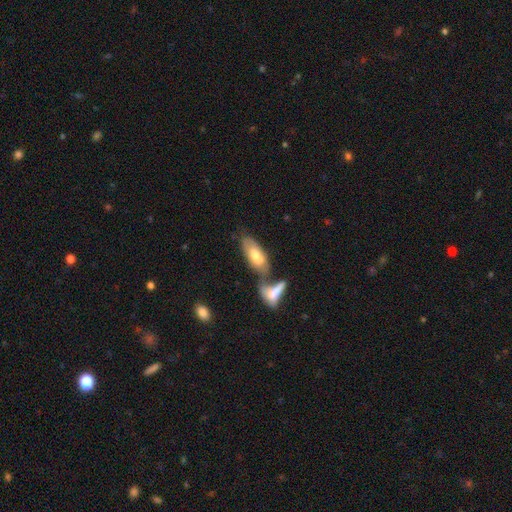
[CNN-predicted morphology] A smooth galaxy with no disk features (58%) that is in between round and cigar-shaped (80%).

Vote fractions:
- Smooth or featured? smooth: 58% / featured or disk: 35% / star or artifact: 7%
- How rounded? in between: 80% / cigar-shaped: 18% / round: 2%
- Merging? merger: 48% / none: 30% / minor disturbance: 14% / major disturbance: 8%